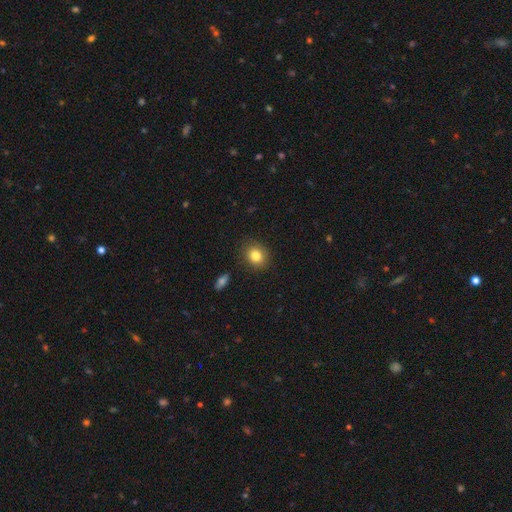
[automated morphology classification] Q: Smooth or featured?
A: smooth (82%); runner-up: star or artifact (10%)
Q: How rounded?
A: round (69%); runner-up: in between (30%)
Q: Merging?
A: none (87%); runner-up: minor disturbance (9%)